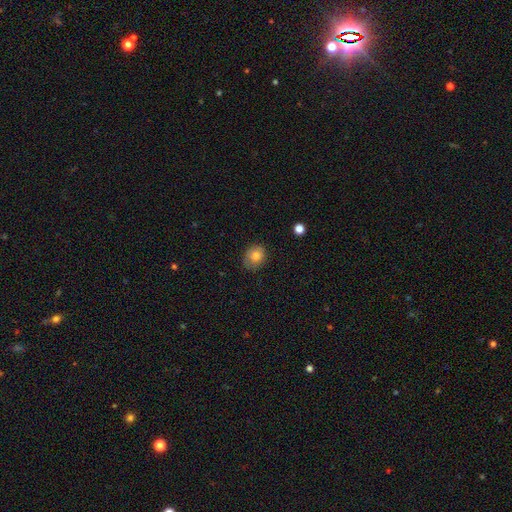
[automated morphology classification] Smooth or featured? smooth (79%)
How rounded? round (60%)
Merging? none (73%)